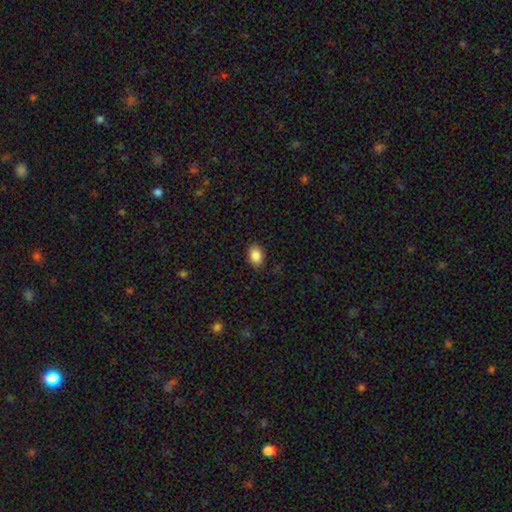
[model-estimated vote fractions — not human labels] smooth 88%, star or artifact 8%, featured or disk 4%. Down the decision tree: how rounded — in between (72%); merging — none (87%).